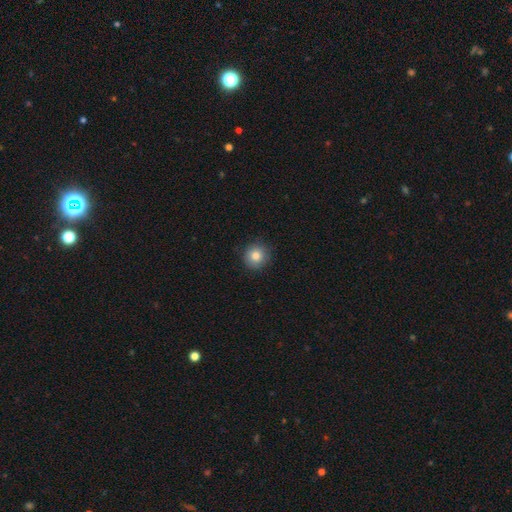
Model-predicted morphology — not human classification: Smooth or featured? smooth (82%)
How rounded? round (93%)
Merging? none (90%)